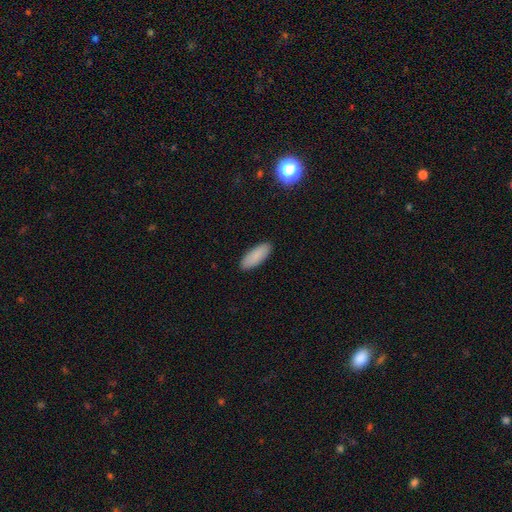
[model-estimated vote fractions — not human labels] Smooth or featured: smooth — 88% (star or artifact — 6%)
How rounded: in between — 74% (cigar-shaped — 24%)
Merging: none — 90% (minor disturbance — 8%)